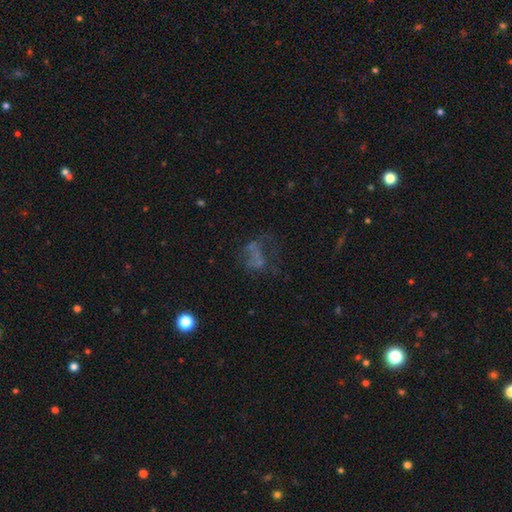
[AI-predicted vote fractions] A featured or disk galaxy (38%).

Vote fractions:
- Smooth or featured? featured or disk: 38% / star or artifact: 31% / smooth: 30%
- Merging? none: 38% / major disturbance: 37% / minor disturbance: 16% / merger: 9%